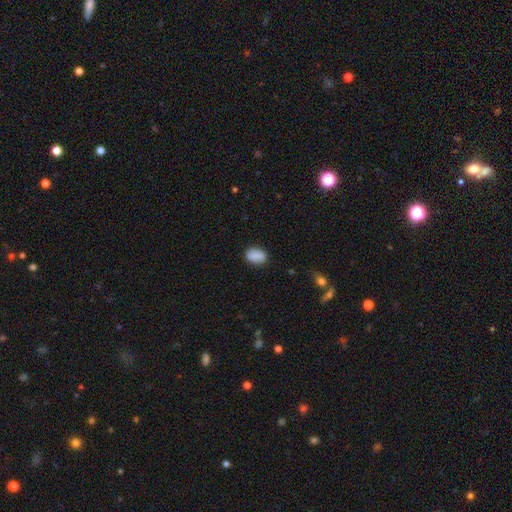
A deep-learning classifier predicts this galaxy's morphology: smooth_or_featured: smooth (p=0.87) [alt: star or artifact p=0.08]
how_rounded: in between (p=0.83) [alt: round p=0.15]
merging: none (p=0.82) [alt: minor disturbance p=0.13]